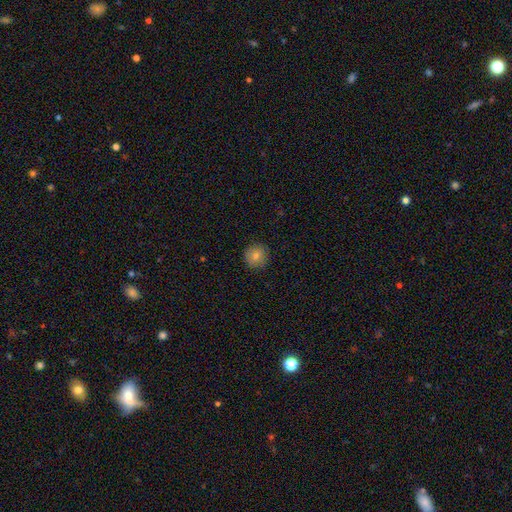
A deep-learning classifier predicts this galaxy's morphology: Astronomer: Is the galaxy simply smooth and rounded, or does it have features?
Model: smooth — 78%.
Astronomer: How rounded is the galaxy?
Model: round — 94%.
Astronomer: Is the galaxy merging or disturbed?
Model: none — 91%.